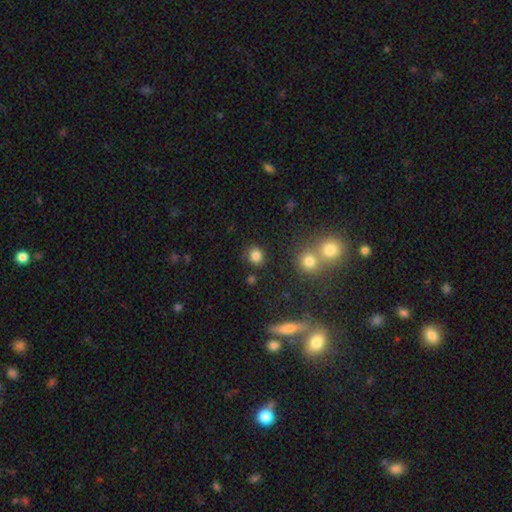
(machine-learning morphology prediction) Smooth or featured?
  - smooth: 82% *
  - star or artifact: 13%
  - featured or disk: 5%
How rounded?
  - round: 77% *
  - in between: 22%
  - cigar-shaped: 1%
Merging?
  - none: 81% *
  - minor disturbance: 10%
  - merger: 5%
  - major disturbance: 3%